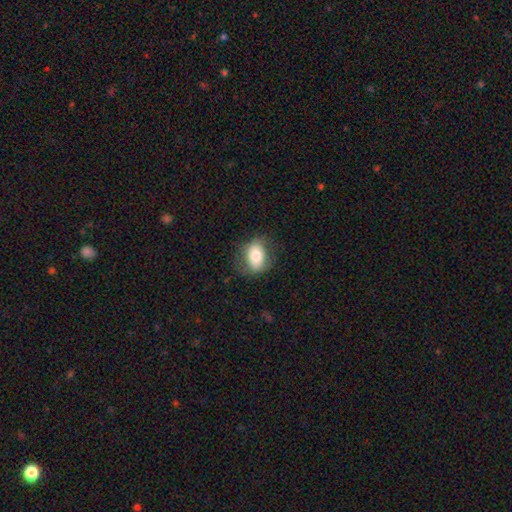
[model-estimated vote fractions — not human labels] smooth-or-featured: smooth: 72% | featured or disk: 20% | star or artifact: 8%
  how-rounded: in between: 76% | round: 23% | cigar-shaped: 2%
  merging: none: 74% | minor disturbance: 18% | major disturbance: 7% | merger: 1%